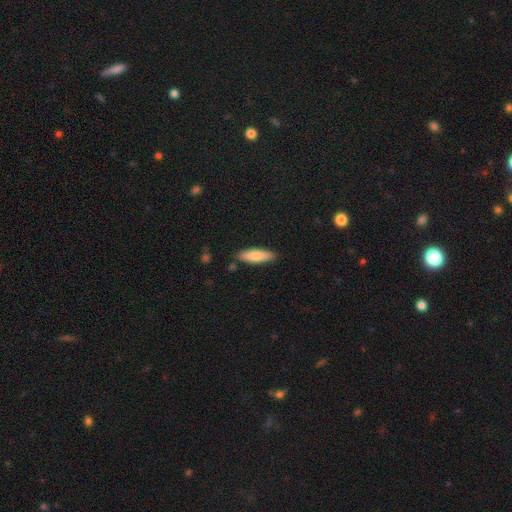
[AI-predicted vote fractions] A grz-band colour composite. It shows a smooth galaxy with no disk features (77%) that is cigar-shaped (59%). Merging: none (85%).